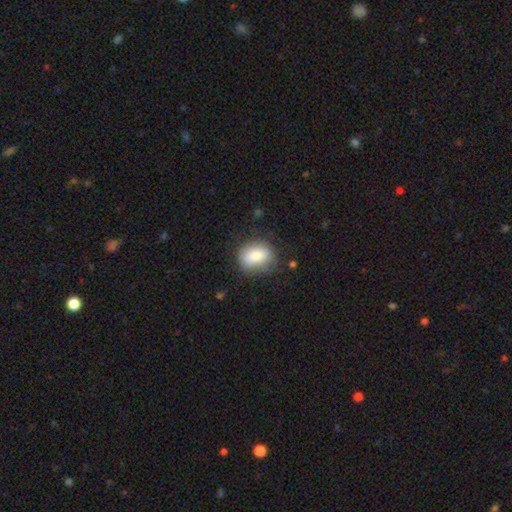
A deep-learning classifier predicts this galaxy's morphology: Smooth or featured: smooth — 82% (featured or disk — 11%)
How rounded: in between — 61% (round — 38%)
Merging: none — 71% (minor disturbance — 21%)